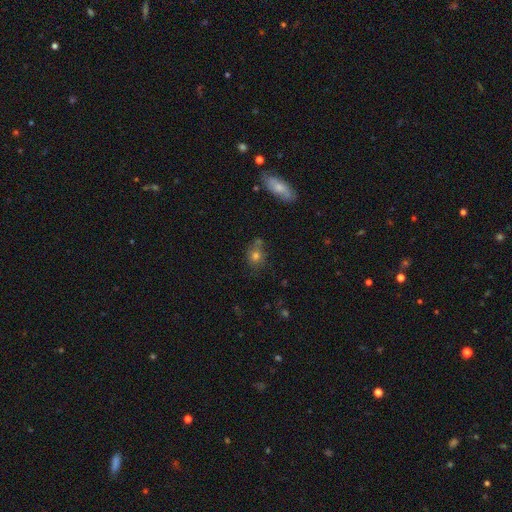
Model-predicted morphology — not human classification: smooth_or_featured: smooth (p=0.68) [alt: featured or disk p=0.17]
how_rounded: round (p=0.61) [alt: in between p=0.36]
merging: none (p=0.63) [alt: minor disturbance p=0.20]